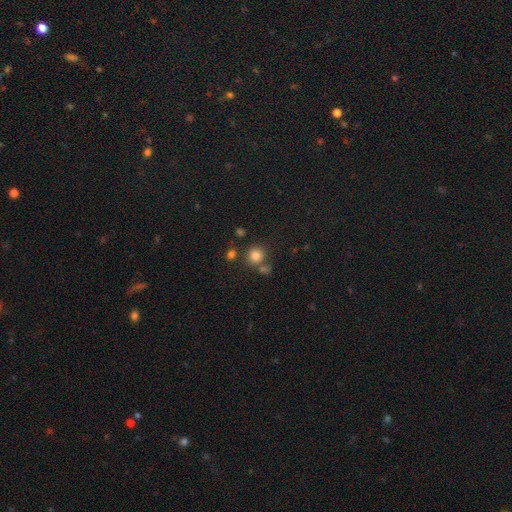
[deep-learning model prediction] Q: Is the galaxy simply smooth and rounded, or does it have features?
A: smooth — 80%.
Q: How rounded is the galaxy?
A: round — 90%.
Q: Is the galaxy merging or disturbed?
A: none — 72%.